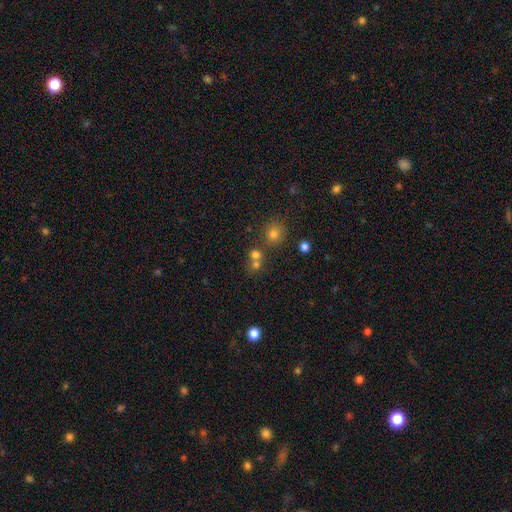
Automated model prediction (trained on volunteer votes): Morphology: type=smooth (68%); roundness=round (82%); merging=none (51%).